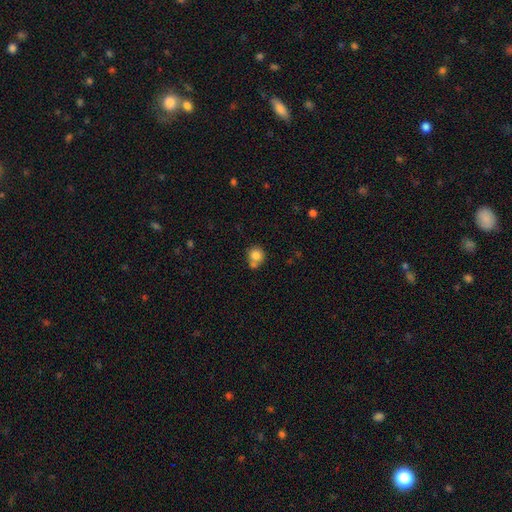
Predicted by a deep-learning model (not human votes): A smooth galaxy with no disk features (81%) that is round (87%). Merging: none (52%).